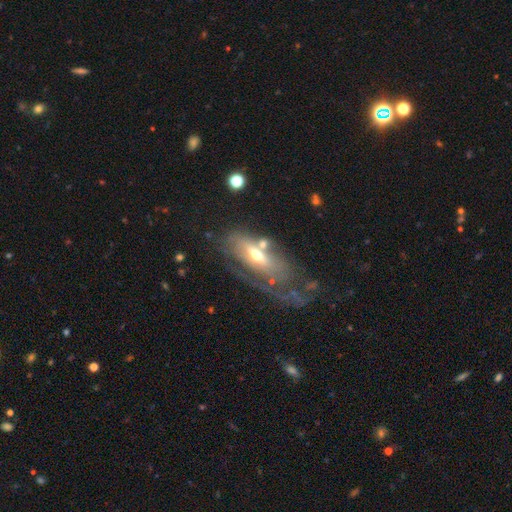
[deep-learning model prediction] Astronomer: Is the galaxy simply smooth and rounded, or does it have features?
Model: featured or disk — 61%.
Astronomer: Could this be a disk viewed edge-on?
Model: no — 77%.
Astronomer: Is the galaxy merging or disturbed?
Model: major disturbance — 35% (runner-up: none, 30%).